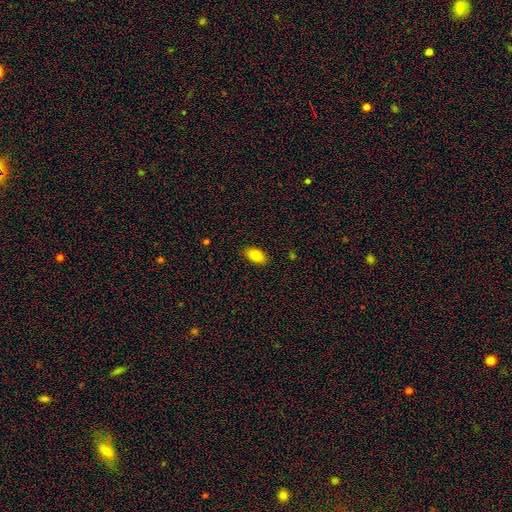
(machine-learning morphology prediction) smooth_or_featured: smooth (p=0.83) [alt: featured or disk p=0.09]
how_rounded: in between (p=0.93) [alt: round p=0.05]
merging: none (p=0.88) [alt: minor disturbance p=0.09]